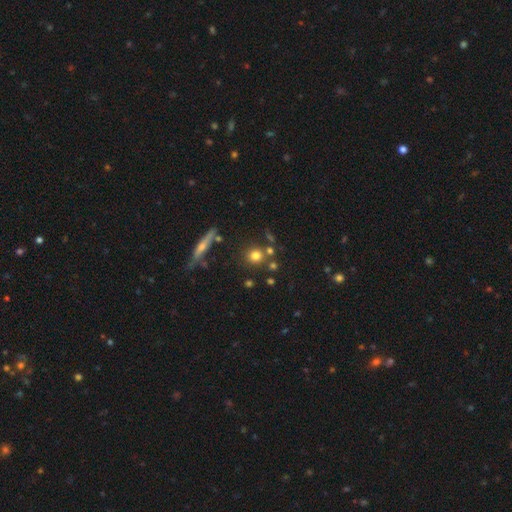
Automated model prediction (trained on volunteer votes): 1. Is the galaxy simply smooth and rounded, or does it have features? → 73% smooth, 14% star or artifact, 13% featured or disk.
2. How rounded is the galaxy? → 88% round, 10% in between, 2% cigar-shaped.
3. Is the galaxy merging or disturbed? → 75% none, 13% merger, 9% minor disturbance, 3% major disturbance.